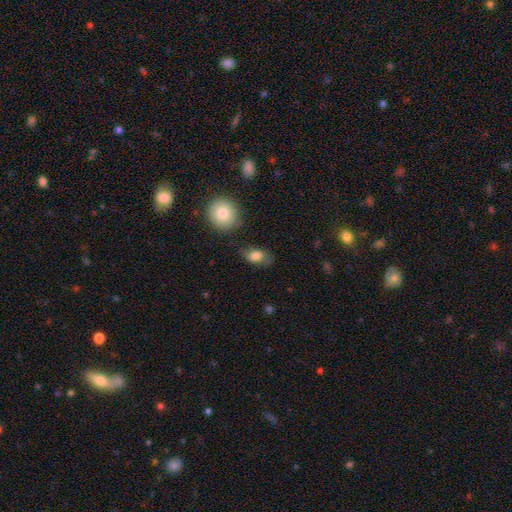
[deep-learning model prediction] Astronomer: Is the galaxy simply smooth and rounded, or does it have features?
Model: smooth — 79%.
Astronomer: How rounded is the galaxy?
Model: in between — 85%.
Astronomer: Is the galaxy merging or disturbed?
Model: none — 67%.